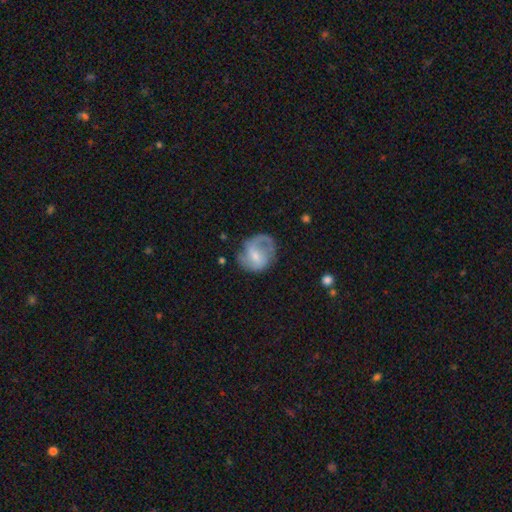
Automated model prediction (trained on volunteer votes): This is possibly a featured or disk galaxy (55%). It is clearly not viewed edge-on (97%). Bar: possibly weak (50%). Spiral arm pattern: likely yes (73%). Central bulge: possibly small (46%). Merging: possibly none (45%).